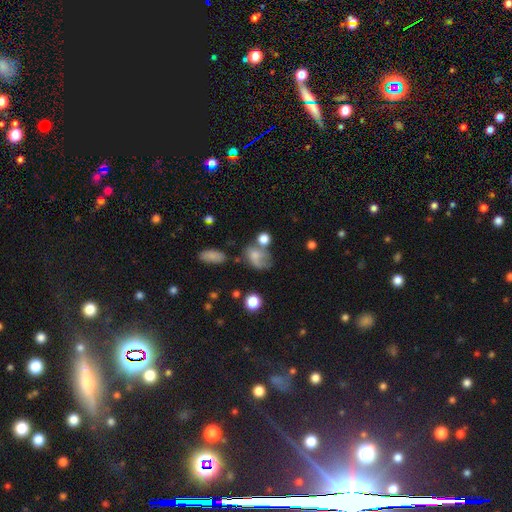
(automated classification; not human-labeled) smooth-or-featured: smooth: 61% | featured or disk: 25% | star or artifact: 14%
  how-rounded: in between: 66% | round: 33% | cigar-shaped: 2%
  merging: none: 30% | major disturbance: 27% | minor disturbance: 24% | merger: 20%